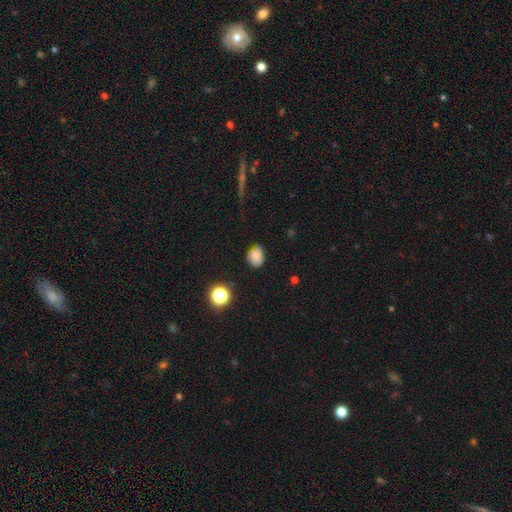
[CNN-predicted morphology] Q: Smooth or featured?
A: smooth (81%); runner-up: star or artifact (12%)
Q: How rounded?
A: in between (56%); runner-up: round (43%)
Q: Merging?
A: none (66%); runner-up: minor disturbance (27%)